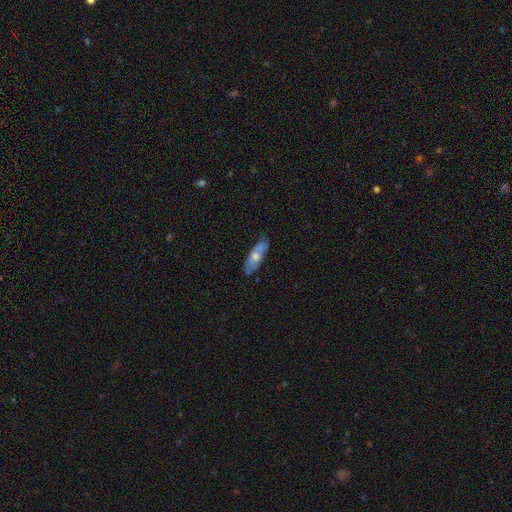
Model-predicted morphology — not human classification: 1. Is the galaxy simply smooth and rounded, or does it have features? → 55% smooth, 39% featured or disk, 6% star or artifact.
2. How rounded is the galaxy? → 58% in between, 40% cigar-shaped, 2% round.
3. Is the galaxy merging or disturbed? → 73% none, 21% minor disturbance, 4% major disturbance, 2% merger.